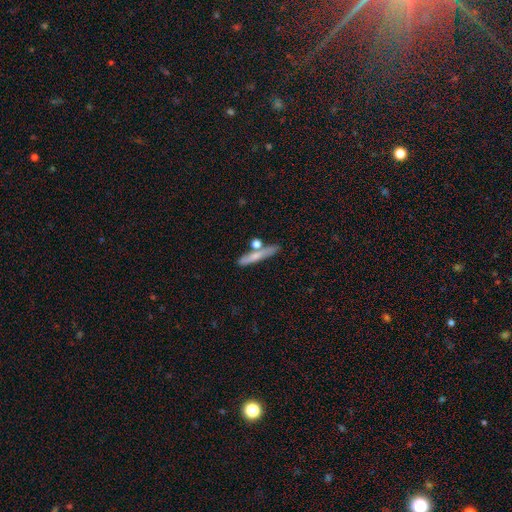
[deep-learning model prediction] Smooth or featured? Predicted: smooth (p=0.62). How rounded? Predicted: cigar-shaped (p=0.84). Merging? Predicted: none (p=0.73).